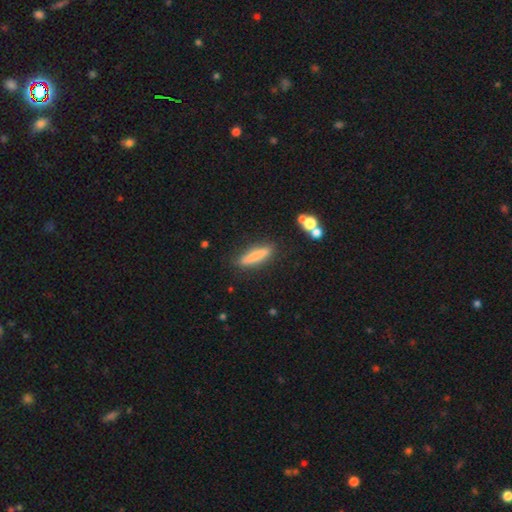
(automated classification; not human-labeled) Q: Smooth or featured?
A: smooth (77%); runner-up: featured or disk (16%)
Q: How rounded?
A: cigar-shaped (83%); runner-up: in between (15%)
Q: Merging?
A: none (85%); runner-up: minor disturbance (10%)